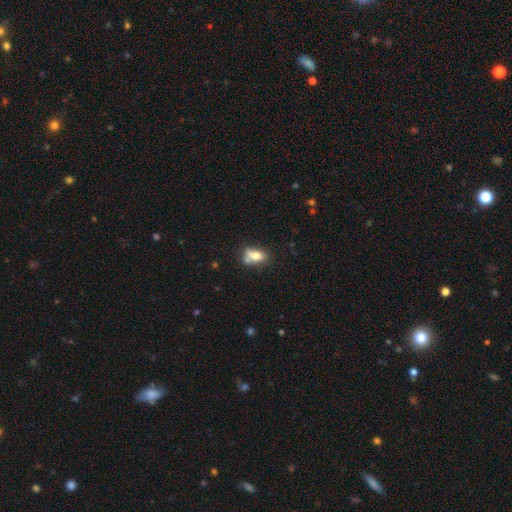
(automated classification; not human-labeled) Overall: smooth (68%). How rounded: in between (78%). Merging: none (38%; merger 29%).